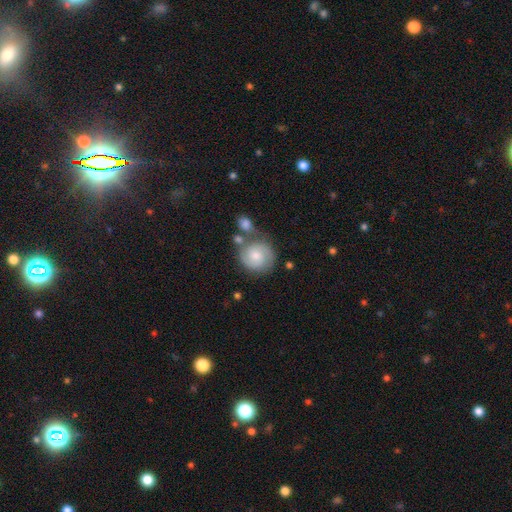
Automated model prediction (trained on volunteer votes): This appears to be a featured or disk galaxy (57%) with no bar (66%), spiral arms (90%) and a moderate central bulge (53%). Merging: none (61%).